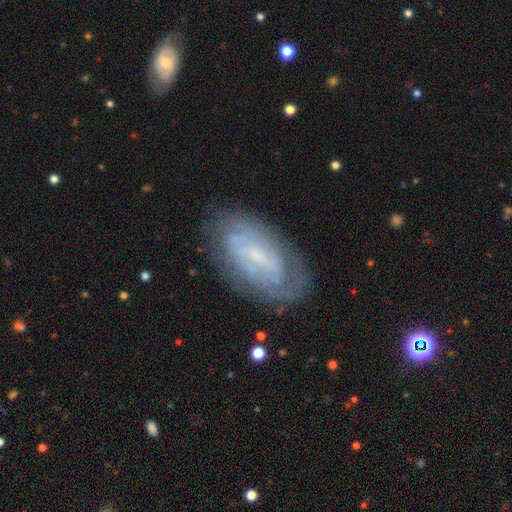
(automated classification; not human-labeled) This appears to be a featured or disk galaxy (72%) with a weak bar (47%), tight (64%) spiral arms (83%) and a small central bulge (69%). Merging: none (74%).